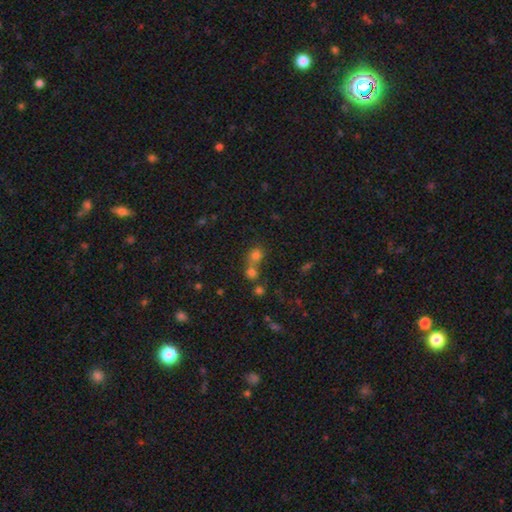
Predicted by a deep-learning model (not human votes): Smooth or featured: smooth — 71% (star or artifact — 19%)
How rounded: round — 73% (in between — 25%)
Merging: merger — 48% (none — 40%)